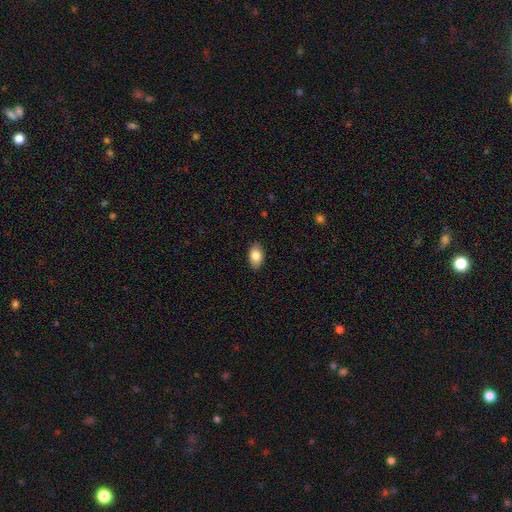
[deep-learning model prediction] The model was most divided on "smooth or featured": smooth: 84%, featured or disk: 9%, star or artifact: 7%. More confident: how rounded — in between (91%); merging — none (88%).